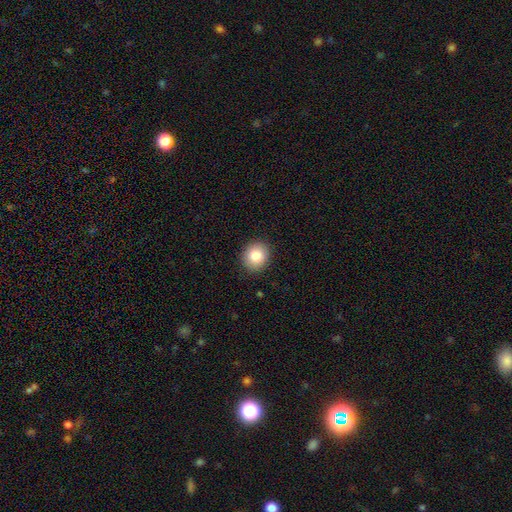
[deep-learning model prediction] A smooth galaxy with no disk features (83%) that is round (75%).

Vote fractions:
- Smooth or featured? smooth: 83% / star or artifact: 9% / featured or disk: 7%
- How rounded? round: 75% / in between: 24% / cigar-shaped: 1%
- Merging? none: 90% / minor disturbance: 7% / major disturbance: 2% / merger: 1%